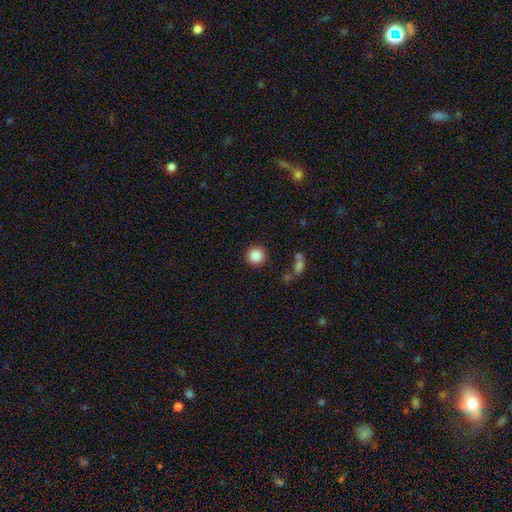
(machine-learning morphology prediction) Q: Smooth or featured?
A: smooth (87%); runner-up: star or artifact (9%)
Q: How rounded?
A: round (94%); runner-up: in between (5%)
Q: Merging?
A: none (88%); runner-up: minor disturbance (6%)